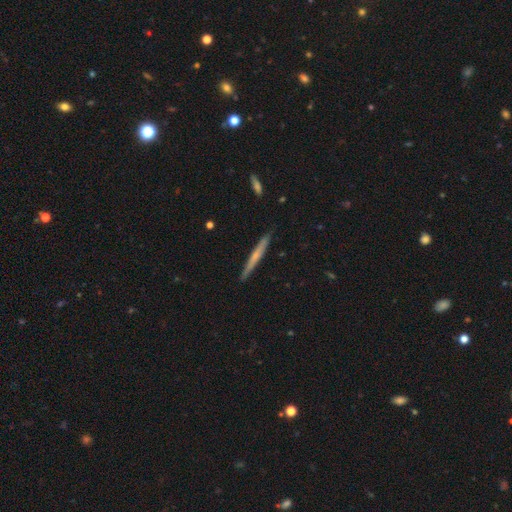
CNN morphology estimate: This is possibly a featured or disk galaxy (51%). It is clearly viewed edge-on (96%). Merging: clearly none (89%).